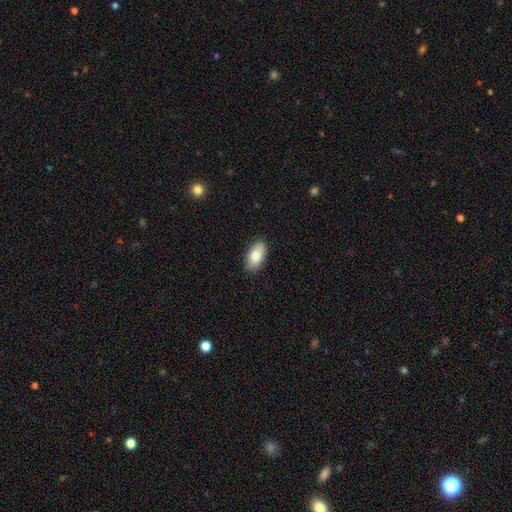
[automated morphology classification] smooth_or_featured: smooth (p=0.82) [alt: featured or disk p=0.11]
how_rounded: in between (p=0.94) [alt: round p=0.03]
merging: none (p=0.89) [alt: minor disturbance p=0.08]